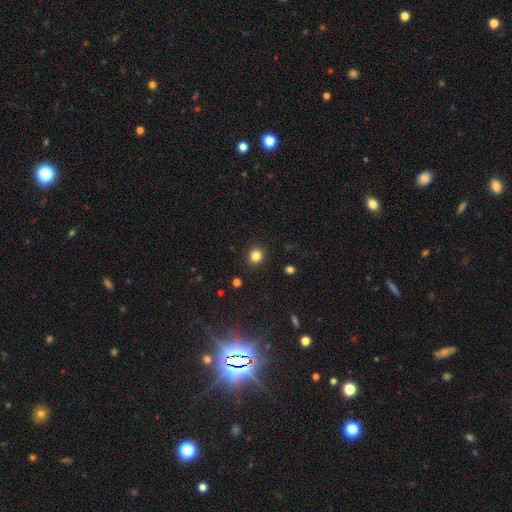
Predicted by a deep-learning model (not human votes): Smooth or featured? Predicted: smooth (p=0.83). How rounded? Predicted: round (p=0.84). Merging? Predicted: none (p=0.91).